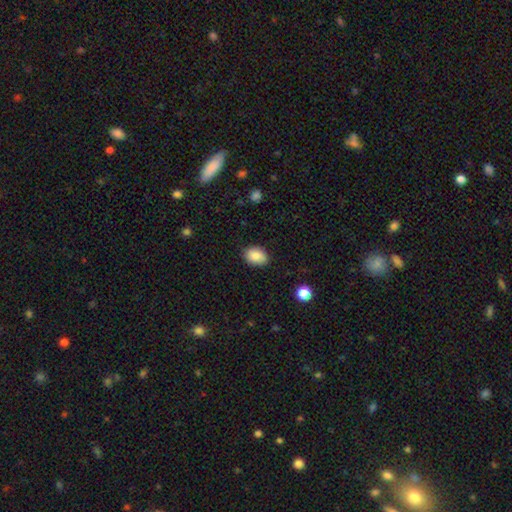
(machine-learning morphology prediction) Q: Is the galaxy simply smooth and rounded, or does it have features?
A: smooth — 86%.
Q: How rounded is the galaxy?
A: in between — 75%.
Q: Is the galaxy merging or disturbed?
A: none — 84%.